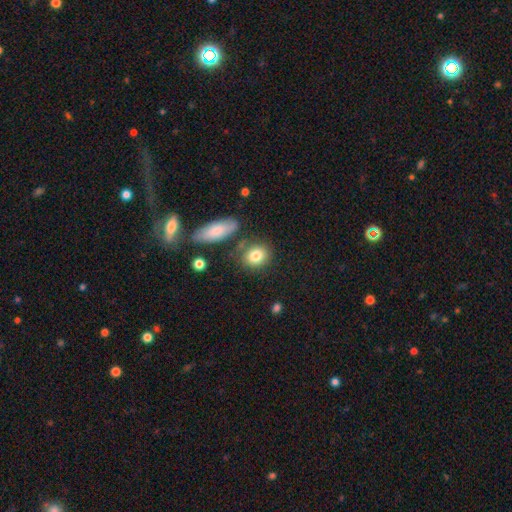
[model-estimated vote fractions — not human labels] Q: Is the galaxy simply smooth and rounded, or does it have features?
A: smooth — 82%.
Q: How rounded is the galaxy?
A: round — 57%.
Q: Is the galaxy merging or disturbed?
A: none — 73%.